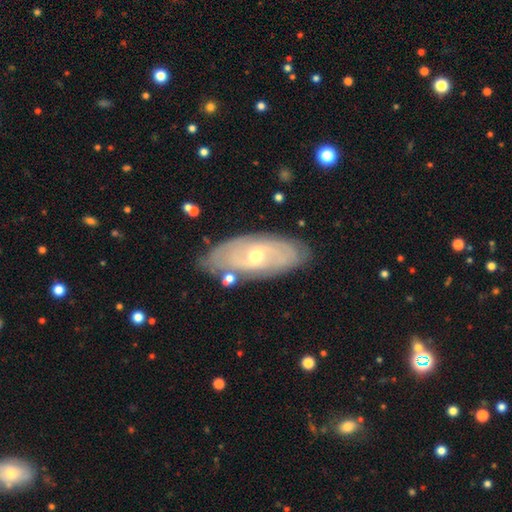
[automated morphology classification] Q: Smooth or featured?
A: featured or disk (76%); runner-up: smooth (18%)
Q: Edge-on disk?
A: no (88%); runner-up: yes (12%)
Q: Bar?
A: weak (44%); tied with: no (44%)
Q: Spiral arms?
A: yes (81%); runner-up: no (19%)
Q: Spiral winding?
A: tight (60%); runner-up: medium (28%)
Q: Spiral arm count?
A: can't tell (45%); runner-up: 2 (37%)
Q: Bulge size?
A: moderate (52%); runner-up: small (44%)
Q: Merging?
A: none (81%); runner-up: minor disturbance (13%)